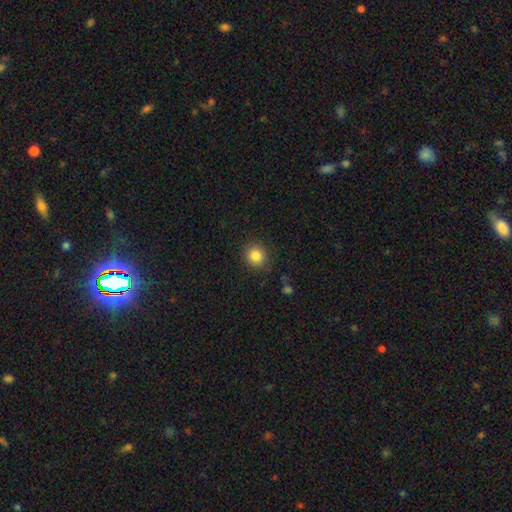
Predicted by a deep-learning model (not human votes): Morphology: type=smooth (84%); roundness=round (87%); merging=none (88%).